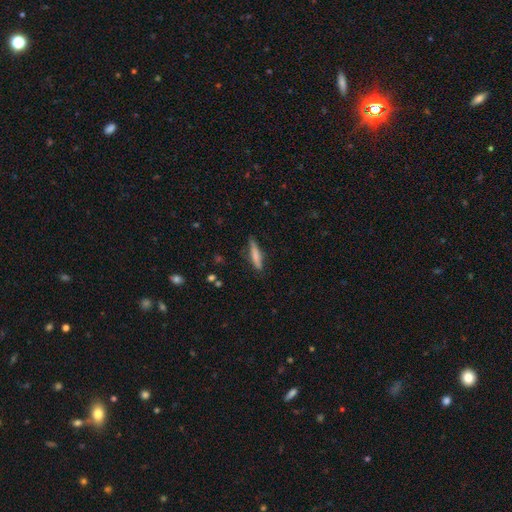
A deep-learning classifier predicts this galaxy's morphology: A smooth galaxy with no disk features (69%) that is cigar-shaped (84%). Merging: none (79%).